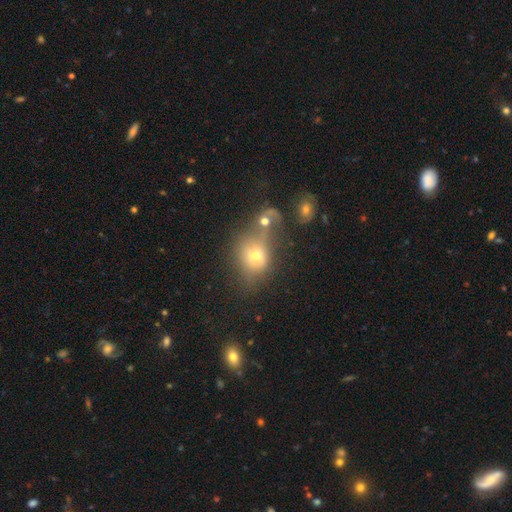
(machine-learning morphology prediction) Overall: smooth (64%). How rounded: round (56%; in between 42%). Merging: merger (44%; none 32%).